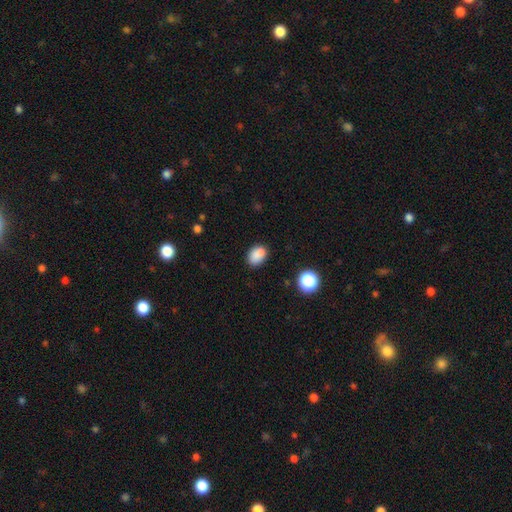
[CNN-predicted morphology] Smooth or featured? smooth (84%)
How rounded? in between (75%)
Merging? none (73%)